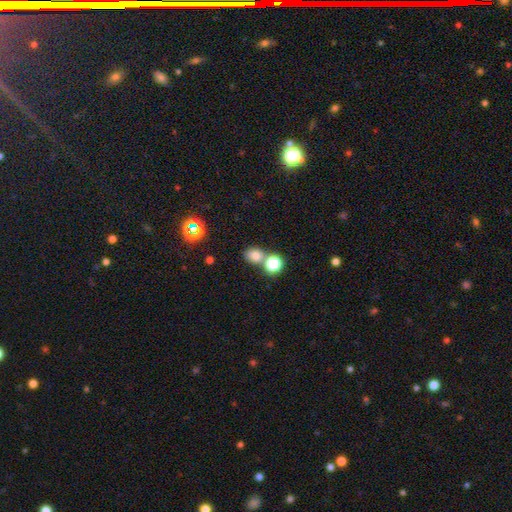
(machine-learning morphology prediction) A smooth galaxy with no disk features (74%) that is round (60%). Merging: none (55%).